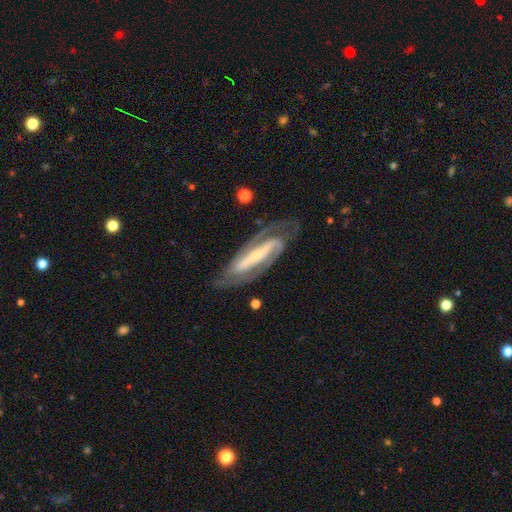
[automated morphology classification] smooth-or-featured: featured or disk: 88% | smooth: 7% | star or artifact: 4%
  disk-edge-on: no: 89% | yes: 11%
    bar: strong: 66% | weak: 20% | no: 14%
    has-spiral-arms: yes: 96% | no: 4%
      spiral-winding: medium: 45% | tight: 41% | loose: 14%
      spiral-arm-count: 2: 89% | can't tell: 5% | 1: 3% | 3: 2% | 4: 1% | more than 4: 1%
    bulge-size: small: 67% | moderate: 23% | none: 5% | large: 4% | dominant: 1%
  merging: none: 76% | minor disturbance: 15% | major disturbance: 8% | merger: 2%